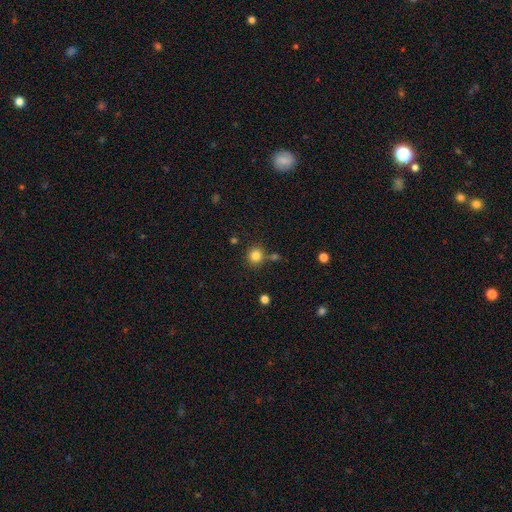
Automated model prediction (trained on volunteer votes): smooth 83%, star or artifact 12%, featured or disk 5%. Down the decision tree: how rounded — round (91%); merging — none (79%).